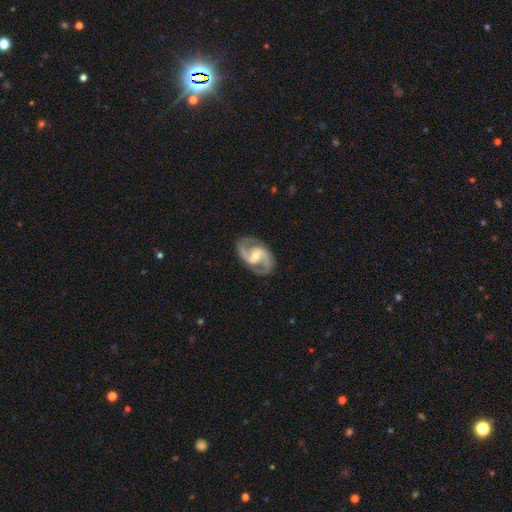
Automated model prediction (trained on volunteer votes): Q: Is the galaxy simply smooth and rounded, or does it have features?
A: featured or disk — 91%.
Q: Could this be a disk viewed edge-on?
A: no — 98%.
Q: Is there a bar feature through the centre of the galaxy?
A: weak — 50%.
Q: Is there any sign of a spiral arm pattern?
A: yes — 97%.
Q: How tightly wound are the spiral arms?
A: medium — 62%.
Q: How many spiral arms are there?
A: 2 — 94%.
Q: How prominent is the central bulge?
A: moderate — 53%.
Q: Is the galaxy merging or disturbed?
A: none — 85%.